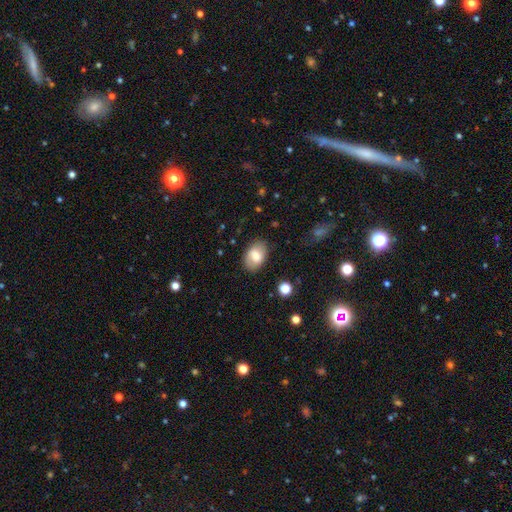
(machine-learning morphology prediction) Smooth or featured? smooth (74%)
How rounded? in between (87%)
Merging? none (81%)